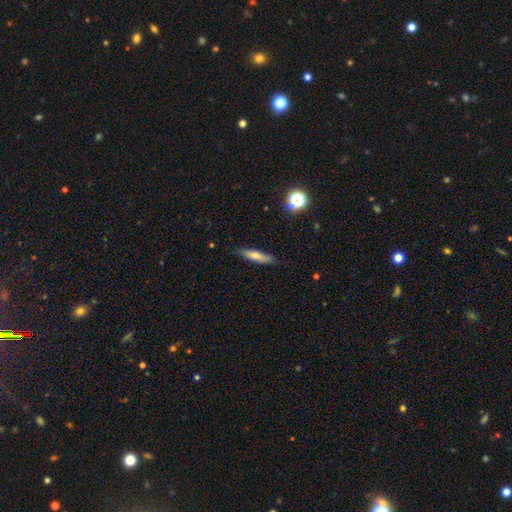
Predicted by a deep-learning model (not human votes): A smooth galaxy with no disk features (68%) that is cigar-shaped (80%). Merging: none (85%).